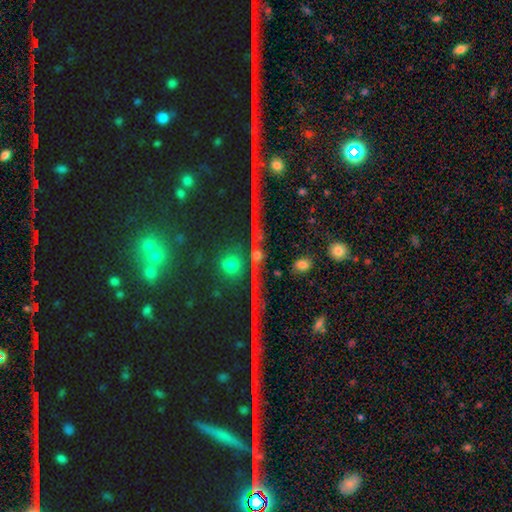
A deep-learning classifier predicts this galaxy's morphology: Q: Smooth or featured?
A: star or artifact (56%); runner-up: smooth (29%)